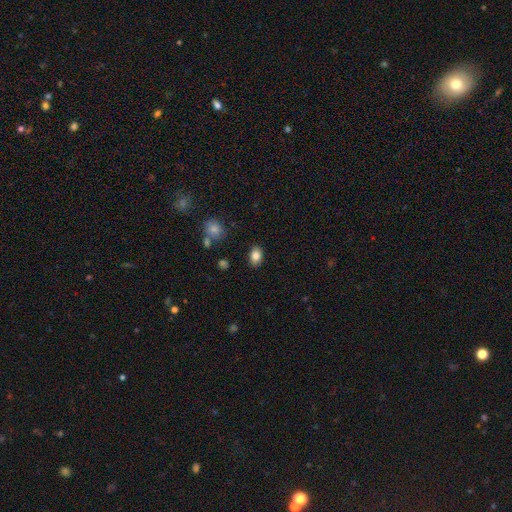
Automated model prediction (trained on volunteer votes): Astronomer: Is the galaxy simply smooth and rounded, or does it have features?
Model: smooth — 83%.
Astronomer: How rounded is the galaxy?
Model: in between — 80%.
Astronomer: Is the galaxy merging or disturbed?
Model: none — 86%.